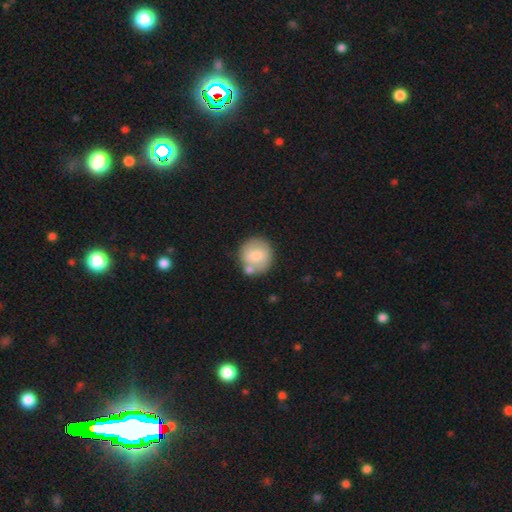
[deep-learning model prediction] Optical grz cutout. It shows a smooth galaxy with no disk features (78%) that is round (90%). Merging: none (63%).